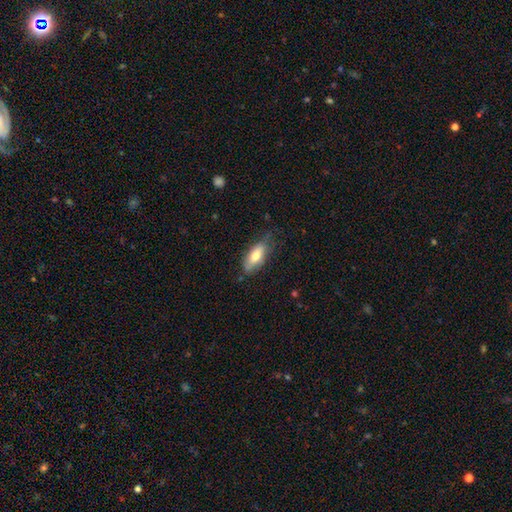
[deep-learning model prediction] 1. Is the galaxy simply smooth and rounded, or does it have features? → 69% smooth, 24% featured or disk, 7% star or artifact.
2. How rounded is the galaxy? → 80% in between, 18% cigar-shaped, 3% round.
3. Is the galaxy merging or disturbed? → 67% none, 25% minor disturbance, 6% major disturbance, 2% merger.